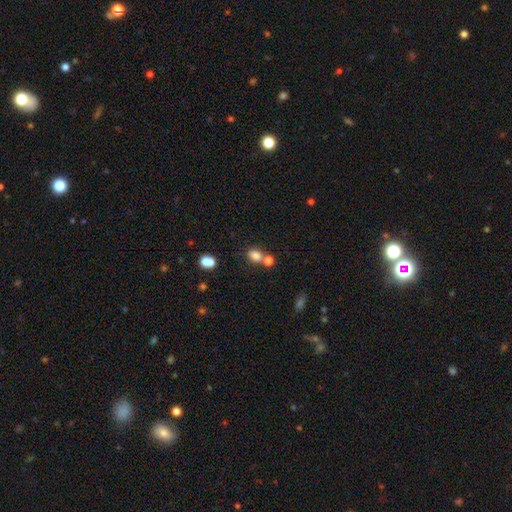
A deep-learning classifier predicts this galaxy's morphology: smooth-or-featured: smooth: 80% | star or artifact: 13% | featured or disk: 7%
  how-rounded: in between: 59% | round: 40% | cigar-shaped: 1%
  merging: none: 53% | merger: 31% | minor disturbance: 11% | major disturbance: 5%